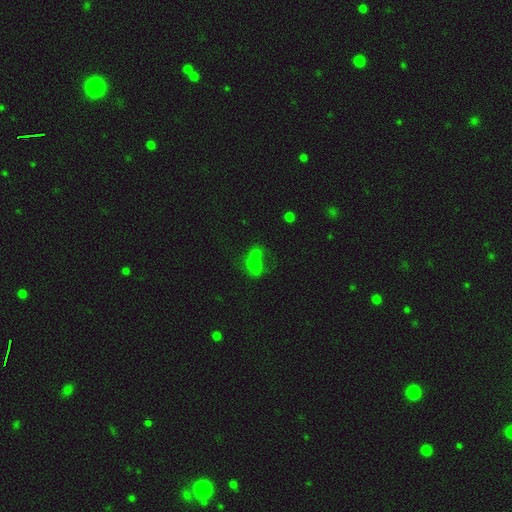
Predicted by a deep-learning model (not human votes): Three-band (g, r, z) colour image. It shows a smooth galaxy with no disk features (63%) that is in between round and cigar-shaped (61%). Merging: merger (64%).